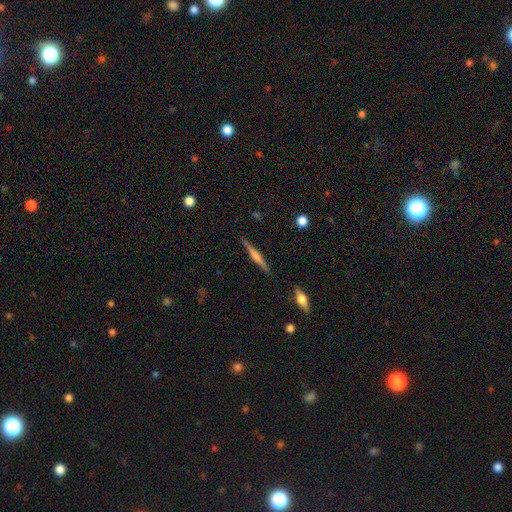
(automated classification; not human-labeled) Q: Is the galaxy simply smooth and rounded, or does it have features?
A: featured or disk — 62%.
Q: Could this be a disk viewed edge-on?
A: yes — 98%.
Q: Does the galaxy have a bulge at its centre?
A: rounded — 62%.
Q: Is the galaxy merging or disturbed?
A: none — 89%.